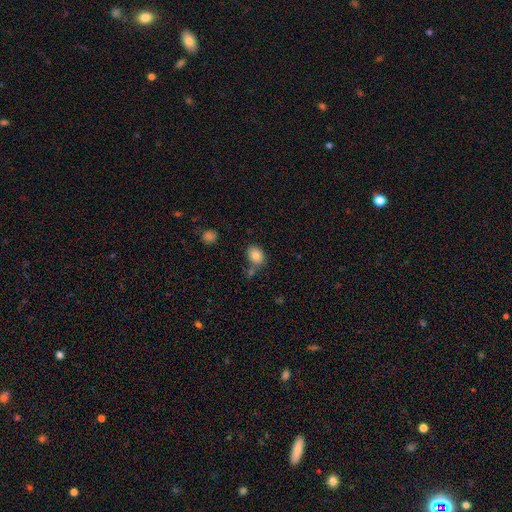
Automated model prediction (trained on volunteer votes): Morphology: type=smooth (84%); roundness=in between (64%); merging=none (66%).